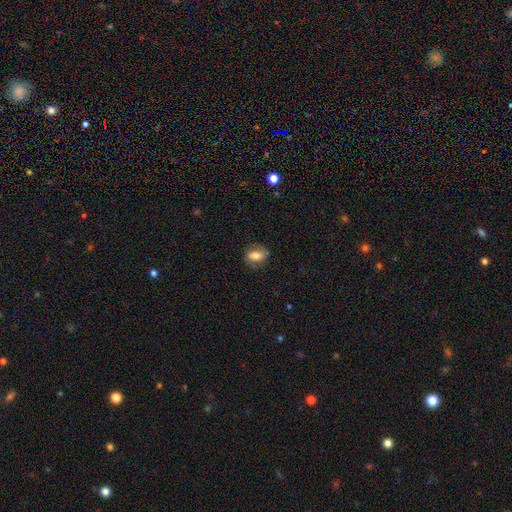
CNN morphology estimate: Q: Smooth or featured?
A: smooth (71%); runner-up: featured or disk (20%)
Q: How rounded?
A: in between (75%); runner-up: round (22%)
Q: Merging?
A: none (77%); runner-up: minor disturbance (17%)